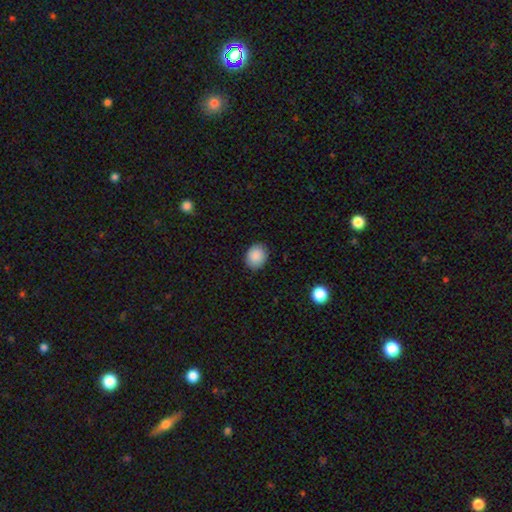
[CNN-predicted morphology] smooth_or_featured: smooth (p=0.89) [alt: star or artifact p=0.08]
how_rounded: round (p=0.55) [alt: in between p=0.44]
merging: none (p=0.86) [alt: minor disturbance p=0.11]